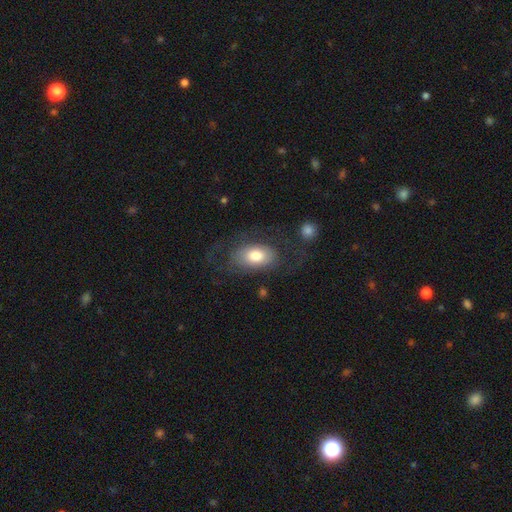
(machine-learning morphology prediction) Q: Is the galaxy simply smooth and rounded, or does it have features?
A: smooth — 61%.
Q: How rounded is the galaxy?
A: in between — 89%.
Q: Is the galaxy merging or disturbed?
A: none — 60%.